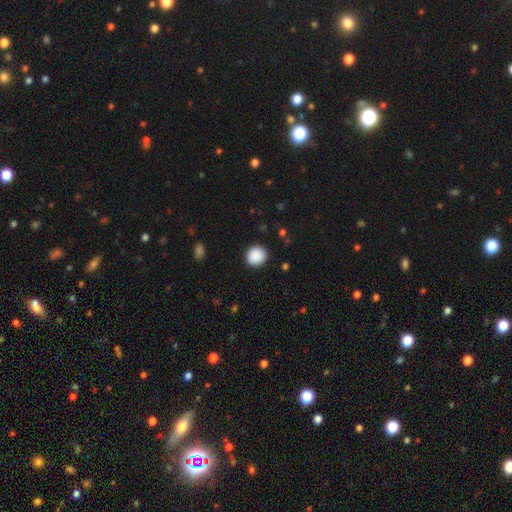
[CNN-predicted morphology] type=smooth (90%); roundness=round (90%); merging=none (90%).